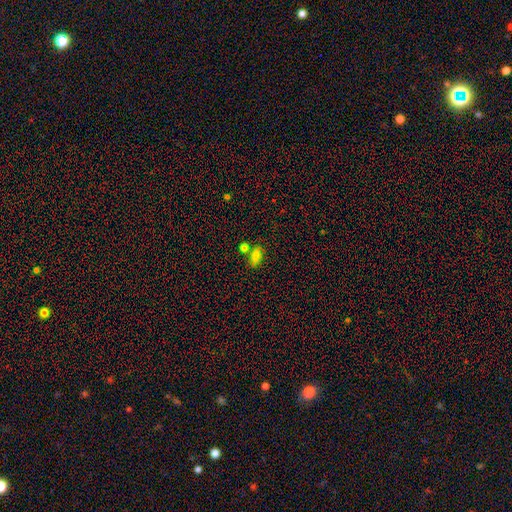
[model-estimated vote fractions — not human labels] This is likely a smooth galaxy (76%). How rounded: likely in between (80%). Merging: likely none (67%).